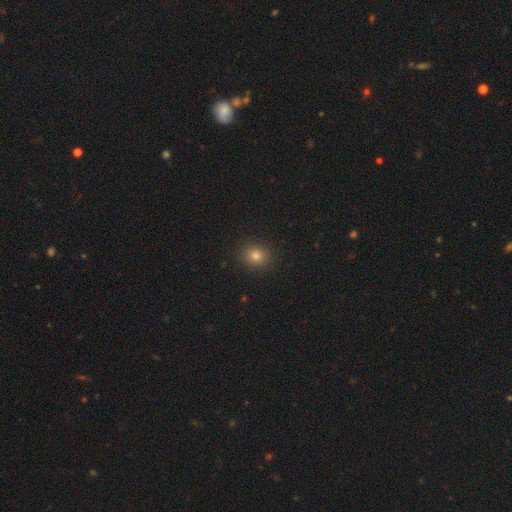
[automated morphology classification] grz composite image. It shows a smooth galaxy with no disk features (78%) that is round (75%). Merging: none (91%).